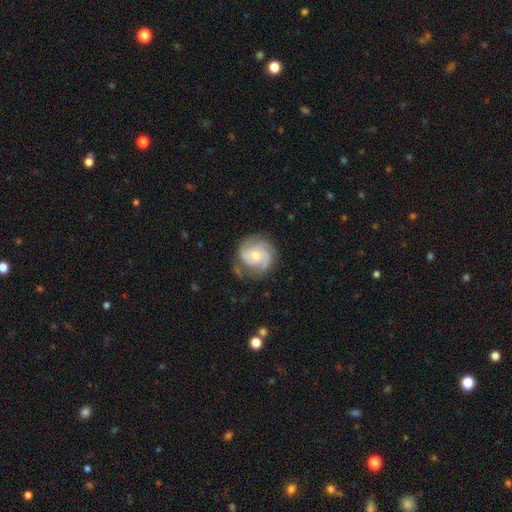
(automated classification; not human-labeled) Smooth or featured? Predicted: featured or disk (p=0.79). Edge-on disk? Predicted: no (p=0.98). Bar? Predicted: no (p=0.73). Spiral arms? Predicted: yes (p=0.95). Spiral winding? Predicted: tight (p=0.54). Spiral arm count? Predicted: 3 (p=0.38). Bulge size? Predicted: moderate (p=0.54). Merging? Predicted: none (p=0.75).